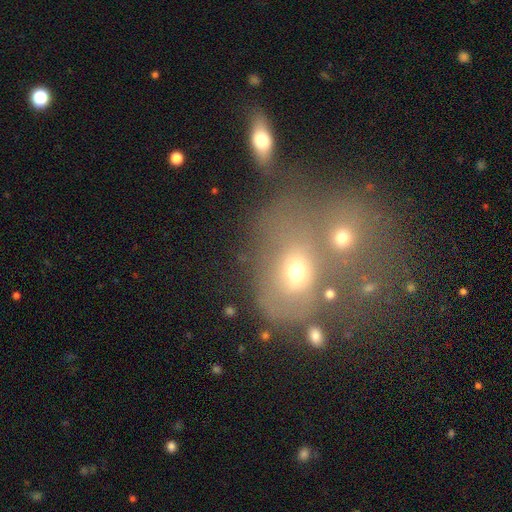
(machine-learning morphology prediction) A smooth galaxy with no disk features (48%).

Vote fractions:
- Smooth or featured? smooth: 48% / featured or disk: 31% / star or artifact: 21%
- Merging? merger: 45% / none: 32% / minor disturbance: 13% / major disturbance: 11%